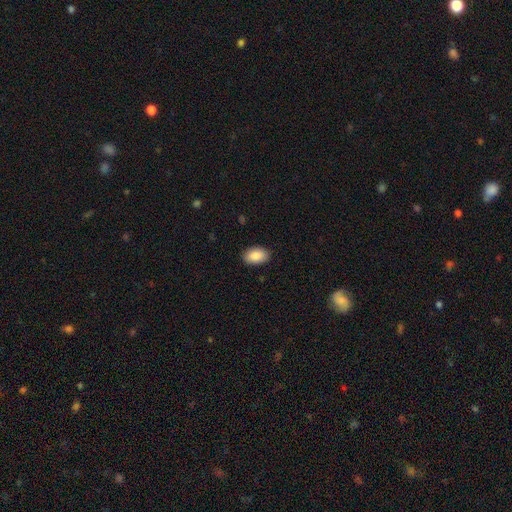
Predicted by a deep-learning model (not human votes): Overall: smooth (89%). How rounded: in between (92%). Merging: none (89%).